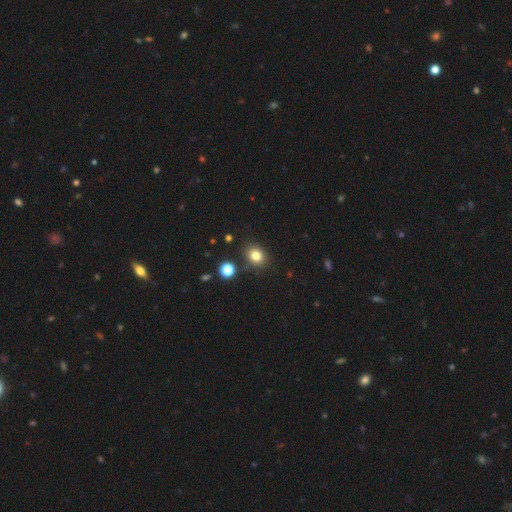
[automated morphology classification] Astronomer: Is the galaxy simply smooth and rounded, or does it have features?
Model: smooth — 80%.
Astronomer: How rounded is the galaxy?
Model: round — 53% (runner-up: in between, 46%).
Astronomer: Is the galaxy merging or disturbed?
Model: none — 83%.